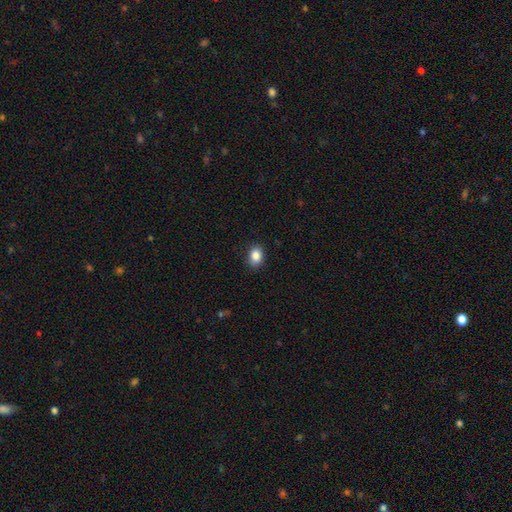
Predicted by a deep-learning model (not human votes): smooth 86%, star or artifact 9%, featured or disk 5%. Down the decision tree: how rounded — in between (69%); merging — none (87%).